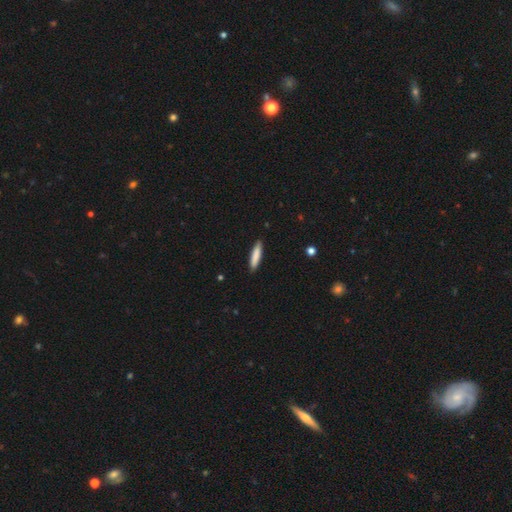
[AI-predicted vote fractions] Morphology: type=smooth (83%); roundness=cigar-shaped (84%); merging=none (89%).